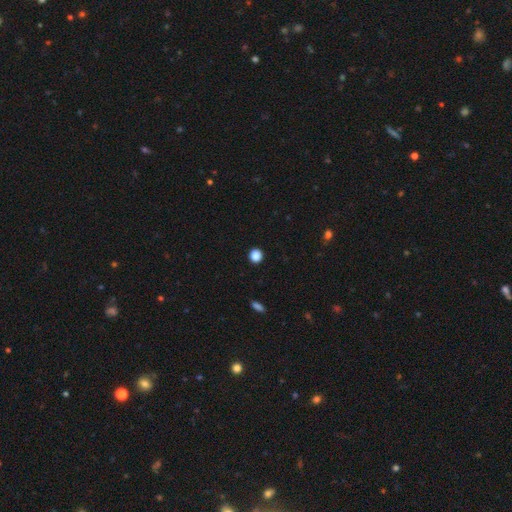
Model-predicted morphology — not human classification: type=smooth (87%); roundness=round (92%); merging=none (93%).